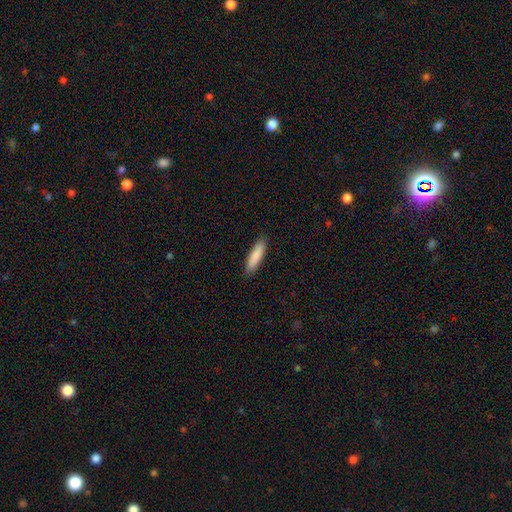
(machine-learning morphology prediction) A smooth galaxy with no disk features (87%) that is cigar-shaped (74%). Merging: none (88%).